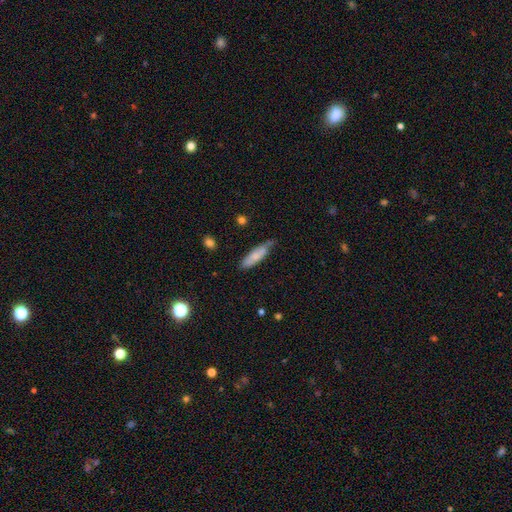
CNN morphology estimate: Overall: smooth (70%). How rounded: cigar-shaped (63%; in between 35%). Merging: none (57%; minor disturbance 33%).